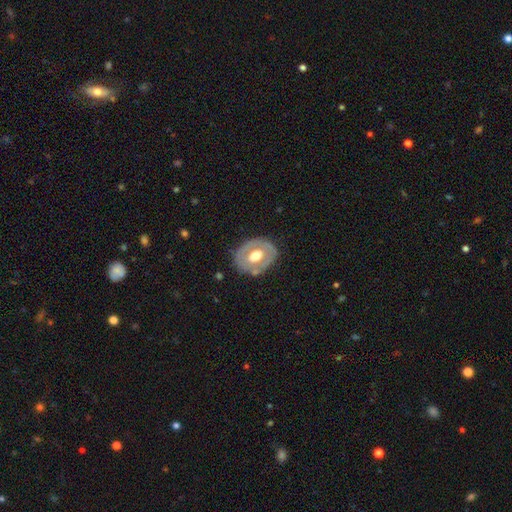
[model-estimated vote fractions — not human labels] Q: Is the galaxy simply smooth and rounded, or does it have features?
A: featured or disk — 54%.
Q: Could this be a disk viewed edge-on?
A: no — 93%.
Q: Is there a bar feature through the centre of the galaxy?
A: no — 73%.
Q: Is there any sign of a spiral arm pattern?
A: no — 85%.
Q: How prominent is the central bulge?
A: moderate — 66%.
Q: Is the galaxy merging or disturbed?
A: none — 74%.